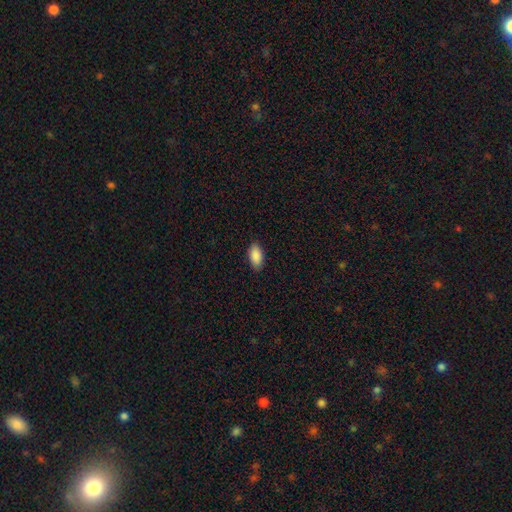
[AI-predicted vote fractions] Smooth or featured?
  - smooth: 90% *
  - star or artifact: 6%
  - featured or disk: 4%
How rounded?
  - in between: 93% *
  - cigar-shaped: 4%
  - round: 3%
Merging?
  - none: 88% *
  - minor disturbance: 9%
  - major disturbance: 2%
  - merger: 1%